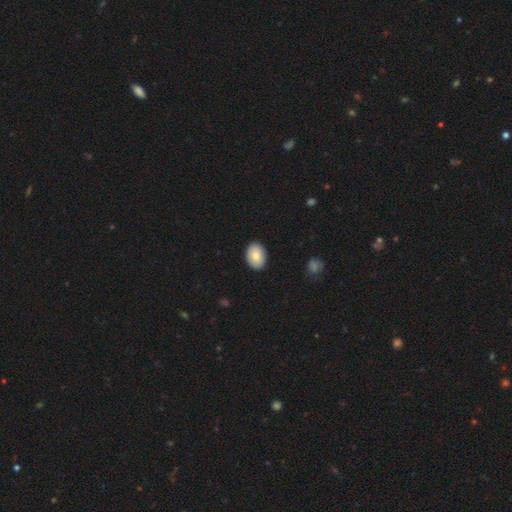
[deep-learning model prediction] Smooth or featured: smooth — 79% (featured or disk — 14%)
How rounded: in between — 81% (round — 18%)
Merging: none — 90% (minor disturbance — 8%)